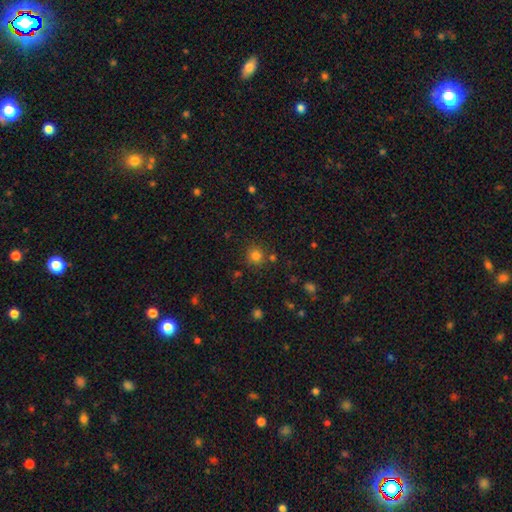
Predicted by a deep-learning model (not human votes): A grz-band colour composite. It shows a smooth galaxy with no disk features (80%) that is round (91%). Merging: none (80%).